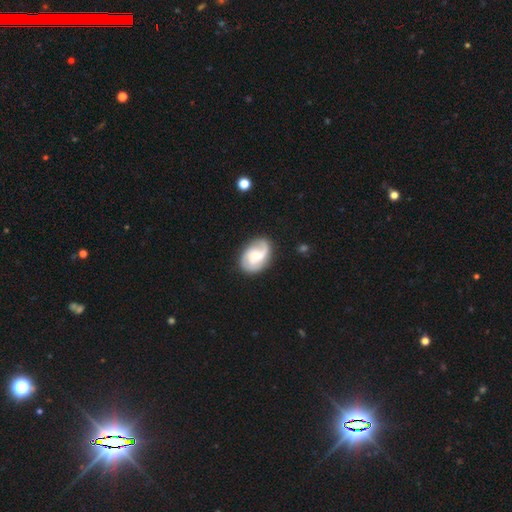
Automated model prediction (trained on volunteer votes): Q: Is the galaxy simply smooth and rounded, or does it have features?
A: featured or disk — 79%.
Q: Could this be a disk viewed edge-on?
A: no — 97%.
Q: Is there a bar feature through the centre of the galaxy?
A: no — 52%.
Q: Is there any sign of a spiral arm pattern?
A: yes — 95%.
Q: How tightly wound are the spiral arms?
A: medium — 46%.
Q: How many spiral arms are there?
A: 2 — 60%.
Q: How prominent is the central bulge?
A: moderate — 55%.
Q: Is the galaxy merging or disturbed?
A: none — 77%.